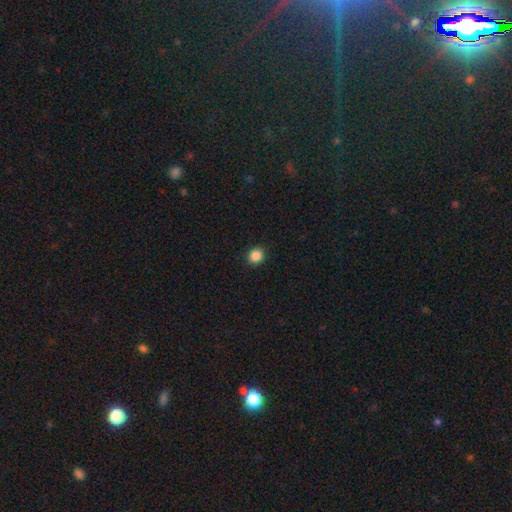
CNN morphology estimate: Q: Smooth or featured?
A: smooth (87%); runner-up: star or artifact (10%)
Q: How rounded?
A: round (83%); runner-up: in between (16%)
Q: Merging?
A: none (92%); runner-up: minor disturbance (6%)